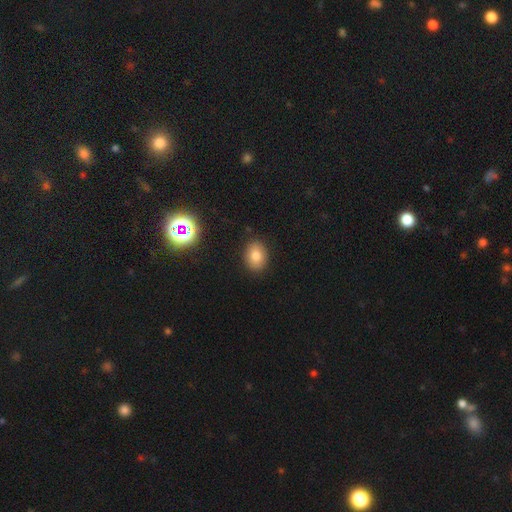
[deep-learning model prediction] smooth_or_featured: smooth (p=0.79) [alt: star or artifact p=0.12]
how_rounded: in between (p=0.65) [alt: round p=0.34]
merging: none (p=0.88) [alt: minor disturbance p=0.09]